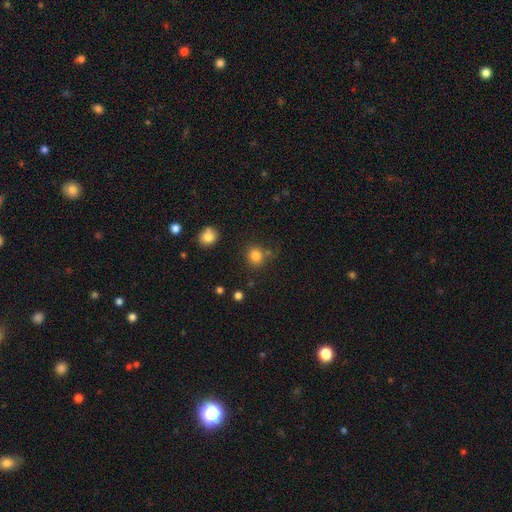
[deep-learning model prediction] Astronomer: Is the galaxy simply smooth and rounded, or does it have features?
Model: smooth — 82%.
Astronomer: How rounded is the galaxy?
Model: round — 88%.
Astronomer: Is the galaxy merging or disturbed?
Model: none — 75%.